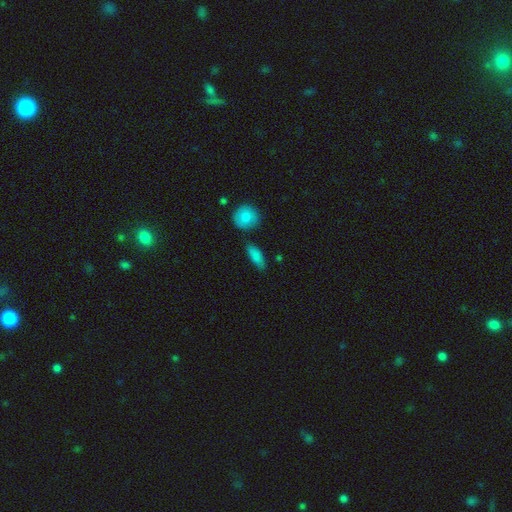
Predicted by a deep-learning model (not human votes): Smooth or featured: smooth — 84% (featured or disk — 9%)
How rounded: in between — 65% (cigar-shaped — 29%)
Merging: none — 76% (minor disturbance — 15%)